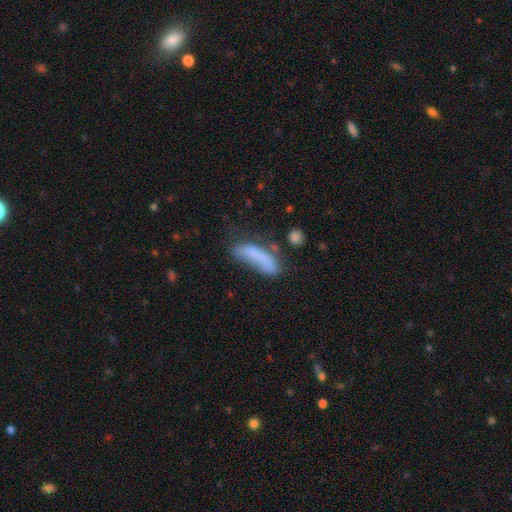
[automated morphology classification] This appears to be a smooth galaxy with no disk features (68%) that is cigar-shaped (56%). Merging: none (38%).